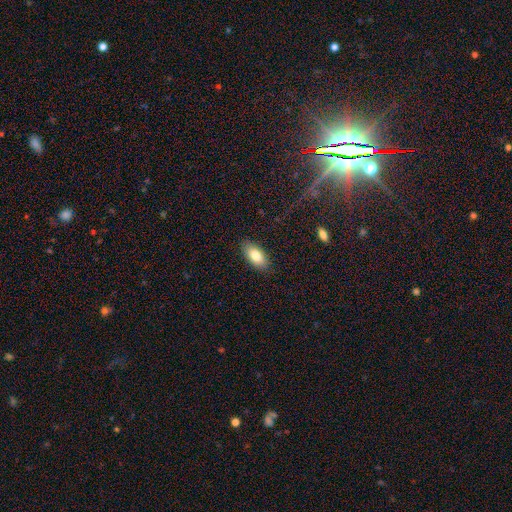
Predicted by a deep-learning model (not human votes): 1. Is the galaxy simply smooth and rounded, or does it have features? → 81% smooth, 12% featured or disk, 7% star or artifact.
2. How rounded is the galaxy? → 92% in between, 5% cigar-shaped, 3% round.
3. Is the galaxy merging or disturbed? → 87% none, 10% minor disturbance, 2% major disturbance, 1% merger.